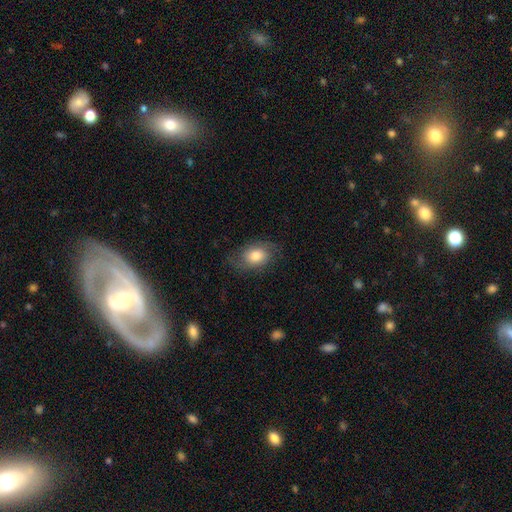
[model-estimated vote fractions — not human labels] smooth-or-featured: smooth: 62% | featured or disk: 30% | star or artifact: 8%
  how-rounded: in between: 77% | round: 21% | cigar-shaped: 1%
  merging: none: 71% | minor disturbance: 19% | major disturbance: 8% | merger: 1%